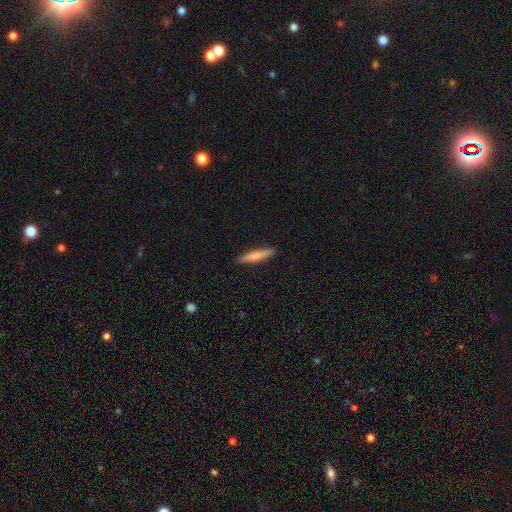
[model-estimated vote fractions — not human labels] This appears to be a smooth galaxy with no disk features (73%) that is cigar-shaped (90%). Merging: none (89%).